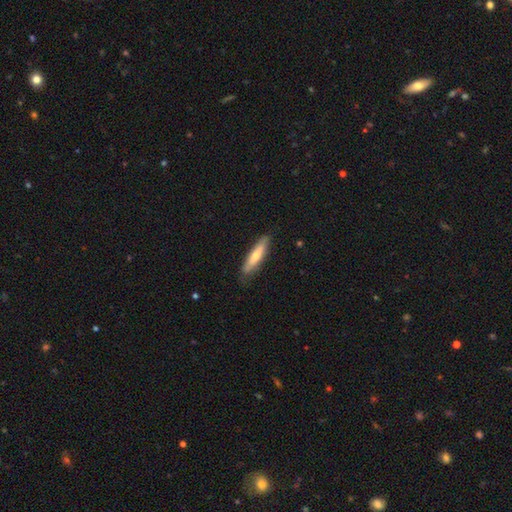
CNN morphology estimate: Smooth or featured? Predicted: smooth (p=0.56). How rounded? Predicted: cigar-shaped (p=0.82). Merging? Predicted: none (p=0.82).